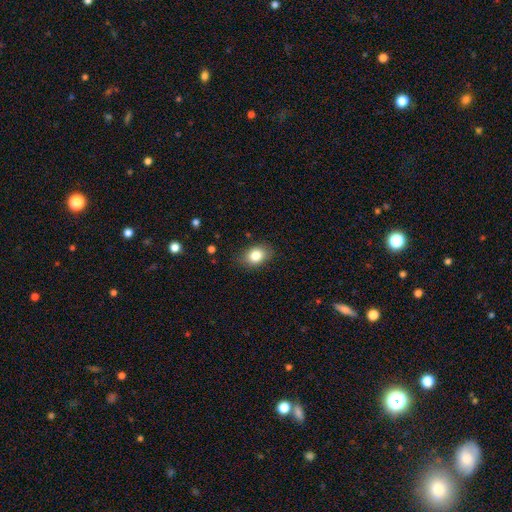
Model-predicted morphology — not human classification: Smooth or featured? Predicted: smooth (p=0.83). How rounded? Predicted: in between (p=0.71). Merging? Predicted: none (p=0.82).